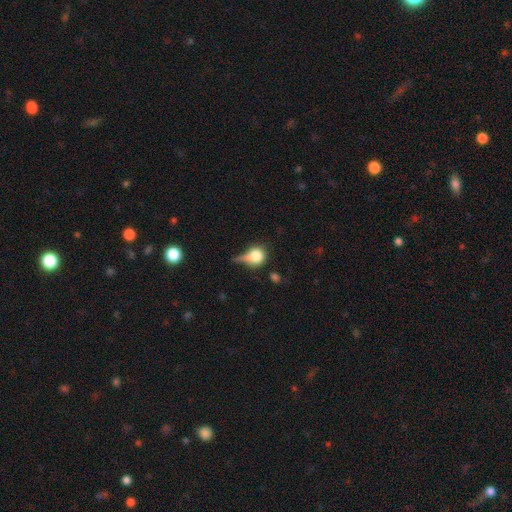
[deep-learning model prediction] The model was most divided on "merging": none: 33%, minor disturbance: 32%, major disturbance: 25%, merger: 11%. More confident: smooth or featured — smooth (70%); how rounded — round (69%).